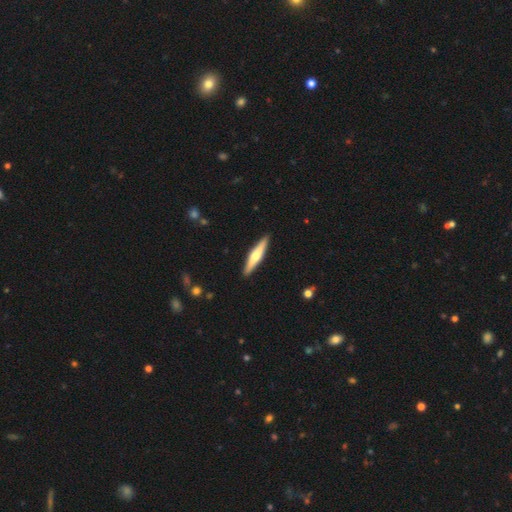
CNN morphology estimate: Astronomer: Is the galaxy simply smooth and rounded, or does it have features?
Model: featured or disk — 54% (runner-up: smooth, 41%).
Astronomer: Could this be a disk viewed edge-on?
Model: yes — 96%.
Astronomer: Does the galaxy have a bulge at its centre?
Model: rounded — 86%.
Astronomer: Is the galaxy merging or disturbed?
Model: none — 91%.